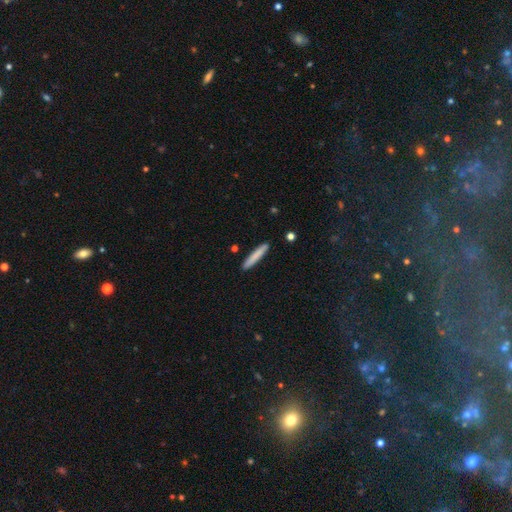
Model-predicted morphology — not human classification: Smooth or featured? smooth (81%)
How rounded? cigar-shaped (94%)
Merging? none (89%)